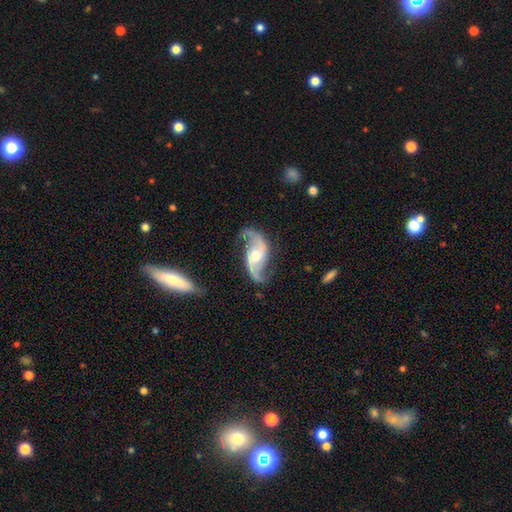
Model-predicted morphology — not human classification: smooth-or-featured: featured or disk: 92% | star or artifact: 4% | smooth: 4%
  disk-edge-on: no: 97% | yes: 3%
    bar: no: 47% | weak: 40% | strong: 13%
    has-spiral-arms: yes: 98% | no: 2%
      spiral-winding: loose: 65% | medium: 29% | tight: 6%
      spiral-arm-count: 2: 94% | can't tell: 1% | 1: 1% | 3: 1% | 4: 1% | more than 4: 1%
    bulge-size: moderate: 60% | small: 31% | large: 6% | none: 2% | dominant: 1%
  merging: none: 77% | minor disturbance: 14% | major disturbance: 6% | merger: 2%